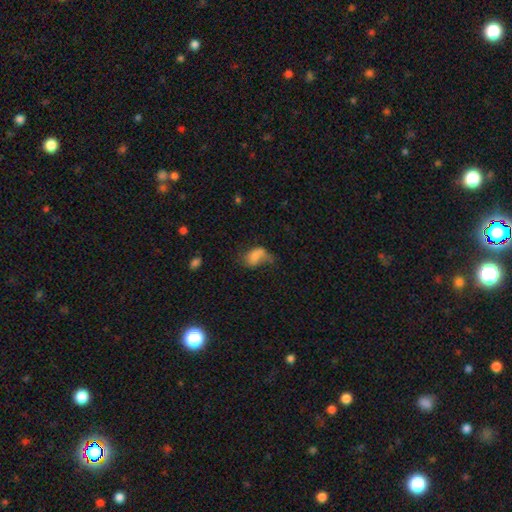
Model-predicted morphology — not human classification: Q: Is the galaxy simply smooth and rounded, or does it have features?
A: smooth — 62%.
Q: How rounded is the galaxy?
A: in between — 83%.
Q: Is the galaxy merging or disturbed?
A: major disturbance — 37%.